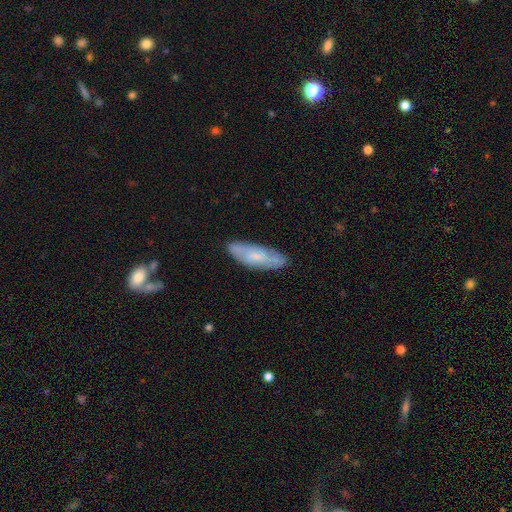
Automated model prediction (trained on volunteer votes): smooth 47%, featured or disk 46%, star or artifact 7%. Down the decision tree: merging — none (79%).